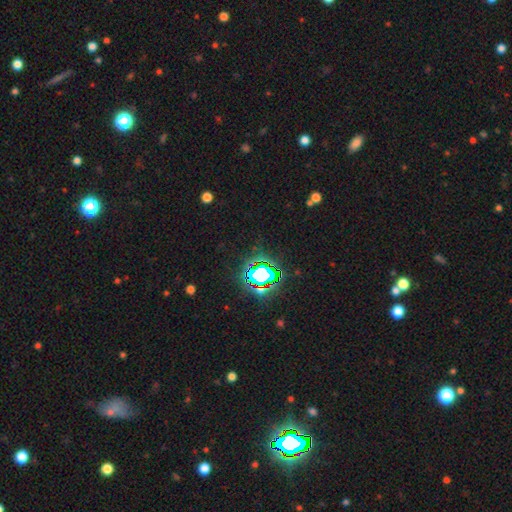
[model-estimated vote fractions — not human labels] This appears to be a star or artifact, not a galaxy (83%).